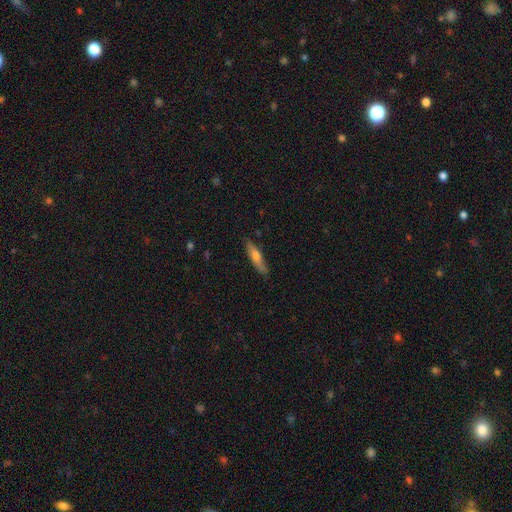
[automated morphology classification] This is possibly a smooth galaxy (58%). How rounded: likely cigar-shaped (77%). Merging: clearly none (82%).